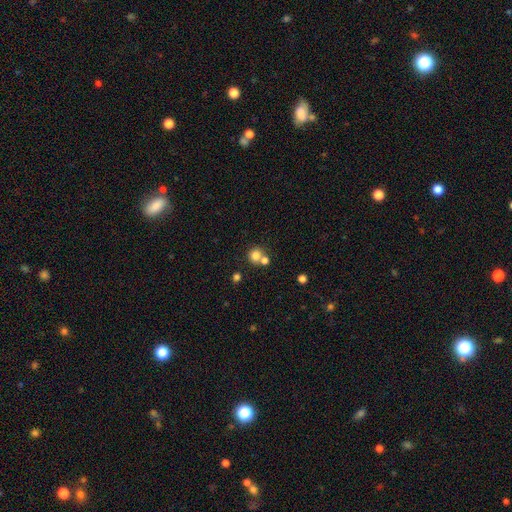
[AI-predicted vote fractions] Morphology: type=smooth (78%); roundness=round (85%); merging=none (49%).